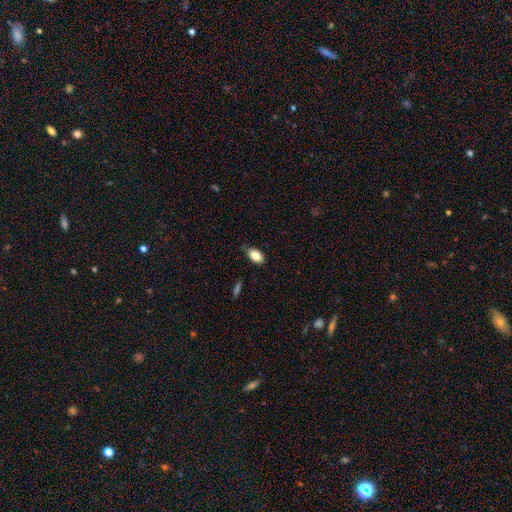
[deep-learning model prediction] smooth_or_featured: smooth (p=0.83) [alt: featured or disk p=0.09]
how_rounded: in between (p=0.89) [alt: round p=0.09]
merging: none (p=0.79) [alt: minor disturbance p=0.17]